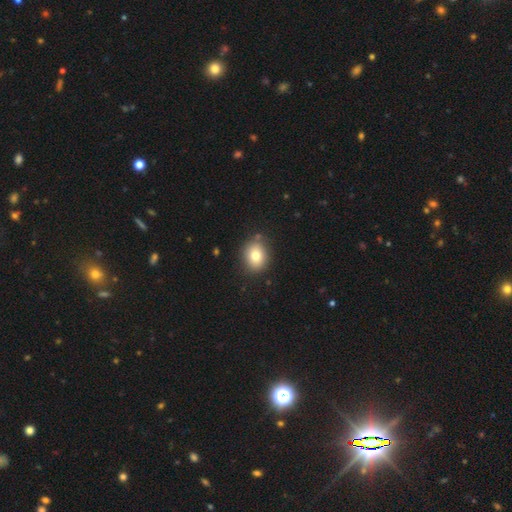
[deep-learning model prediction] The model was most divided on "how rounded": round: 56%, in between: 43%, cigar-shaped: 1%. More confident: merging — none (84%); smooth or featured — smooth (78%).